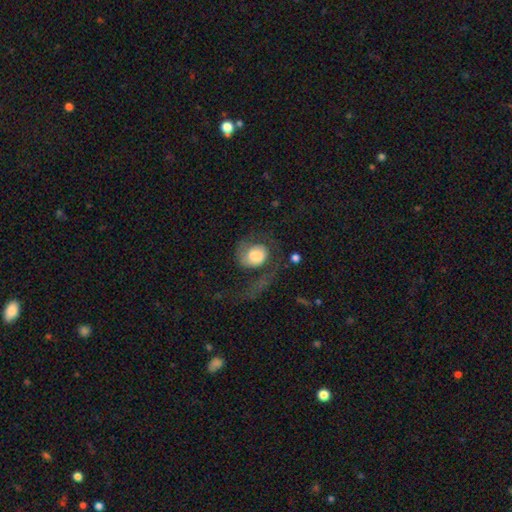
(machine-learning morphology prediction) Smooth or featured: featured or disk — 57% (smooth — 35%)
Edge-on disk: no — 97% (yes — 3%)
Bar: no — 57% (weak — 34%)
Spiral arms: yes — 84% (no — 16%)
Bulge size: large — 39% (moderate — 31%)
Merging: major disturbance — 46% (none — 34%)